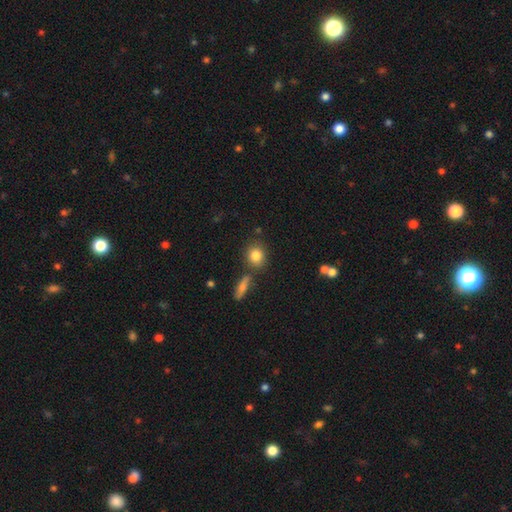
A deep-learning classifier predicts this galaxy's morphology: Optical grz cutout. It shows a smooth galaxy with no disk features (83%) that is round (69%). Merging: none (74%).